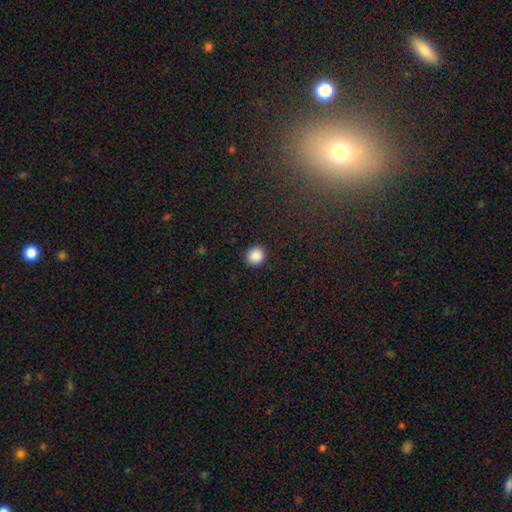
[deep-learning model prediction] Smooth or featured?
  - smooth: 88% *
  - star or artifact: 9%
  - featured or disk: 3%
How rounded?
  - round: 83% *
  - in between: 16%
  - cigar-shaped: 1%
Merging?
  - none: 91% *
  - minor disturbance: 6%
  - major disturbance: 2%
  - merger: 1%